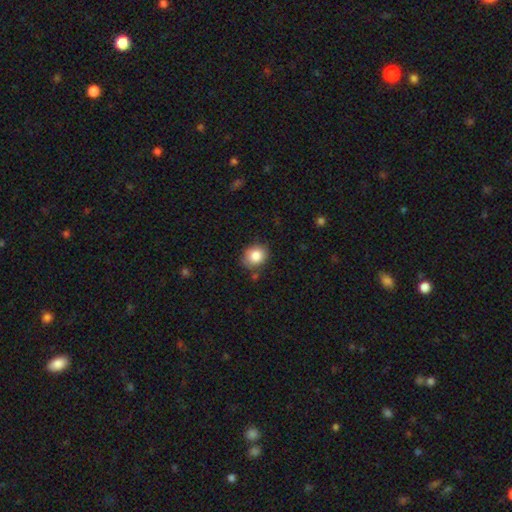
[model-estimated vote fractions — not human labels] smooth-or-featured: smooth: 84% | star or artifact: 9% | featured or disk: 7%
  how-rounded: round: 64% | in between: 35% | cigar-shaped: 1%
  merging: none: 80% | minor disturbance: 14% | merger: 3% | major disturbance: 3%